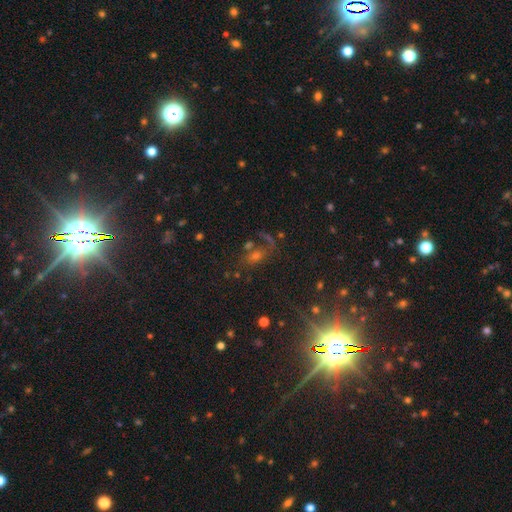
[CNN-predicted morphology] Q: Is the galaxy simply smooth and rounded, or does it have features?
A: star or artifact — 43%.